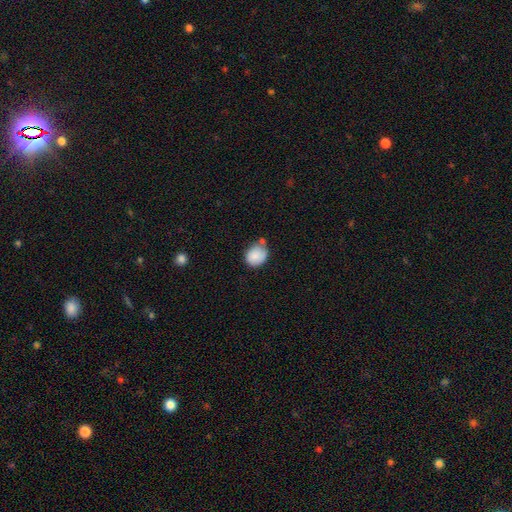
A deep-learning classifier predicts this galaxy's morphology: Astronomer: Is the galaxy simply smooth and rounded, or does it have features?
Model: smooth — 86%.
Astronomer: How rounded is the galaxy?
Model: round — 63%.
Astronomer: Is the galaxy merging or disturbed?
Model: none — 54%.